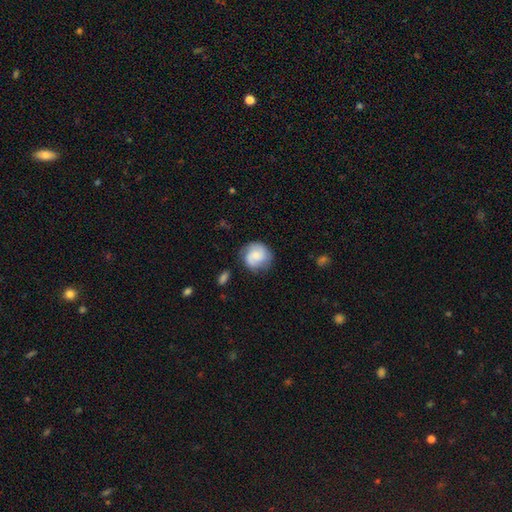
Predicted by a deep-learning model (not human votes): Smooth or featured?
  - smooth: 58% *
  - featured or disk: 34%
  - star or artifact: 8%
How rounded?
  - round: 87% *
  - in between: 12%
  - cigar-shaped: 1%
Merging?
  - none: 71% *
  - minor disturbance: 20%
  - major disturbance: 7%
  - merger: 2%